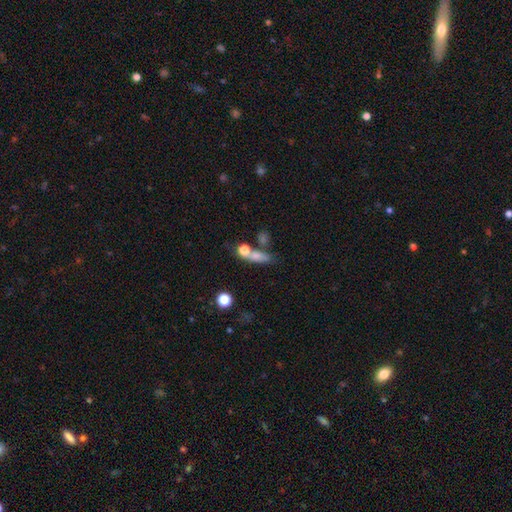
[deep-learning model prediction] Q: Smooth or featured?
A: smooth (68%); runner-up: featured or disk (19%)
Q: How rounded?
A: in between (42%); runner-up: cigar-shaped (31%)
Q: Merging?
A: none (44%); runner-up: merger (34%)